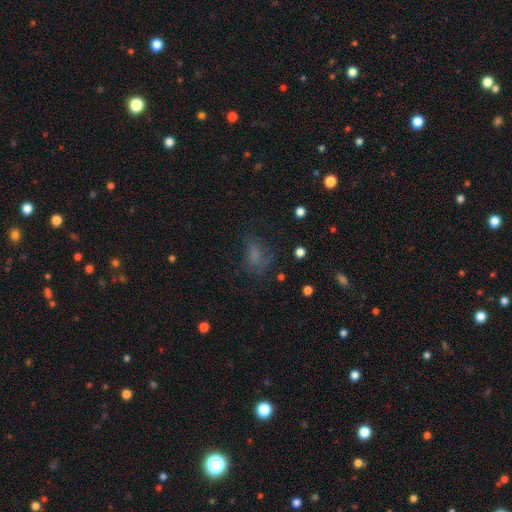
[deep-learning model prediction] The model was most divided on "merging": none: 47%, major disturbance: 26%, minor disturbance: 24%, merger: 3%. More confident: how rounded — in between (74%); smooth or featured — smooth (59%).